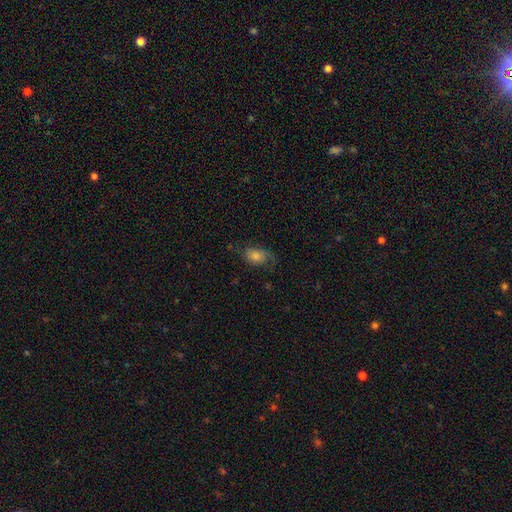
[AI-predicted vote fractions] Smooth or featured: smooth — 48% (featured or disk — 39%)
Merging: none — 59% (minor disturbance — 24%)